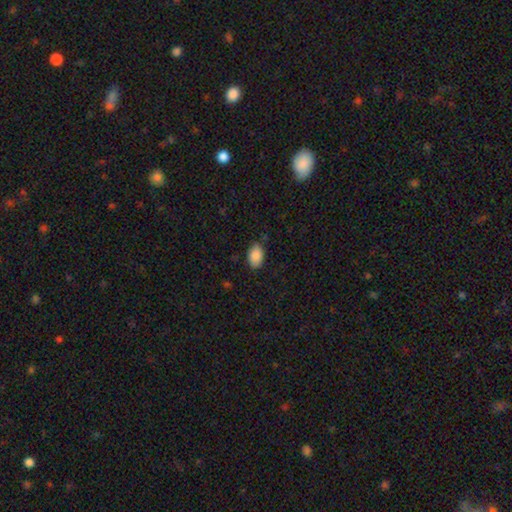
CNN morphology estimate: smooth 88%, star or artifact 7%, featured or disk 5%. Down the decision tree: how rounded — in between (91%); merging — none (81%).